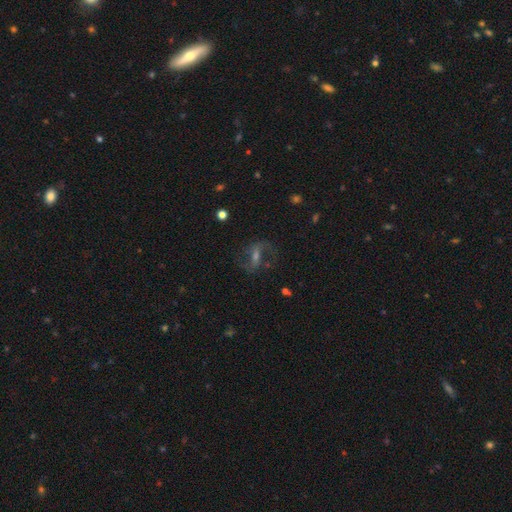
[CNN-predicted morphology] The model was most divided on "bulge size": small: 43%, moderate: 40%, none: 10%, large: 6%, dominant: 1%. Remaining: edge-on disk — no (93%); spiral arms — yes (87%); spiral arm count — 2 (86%); smooth or featured — featured or disk (71%); merging — none (70%); spiral winding — loose (49%); bar — weak (44%).